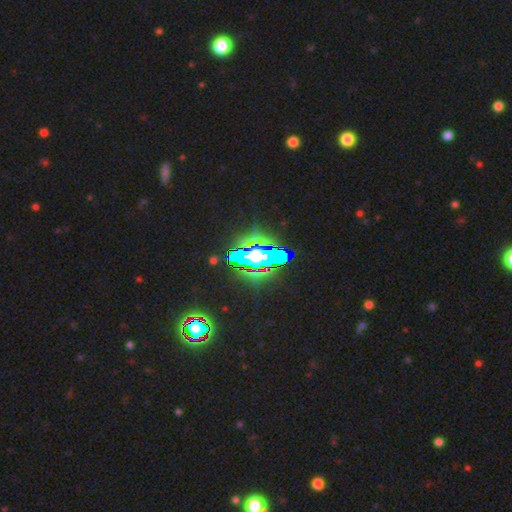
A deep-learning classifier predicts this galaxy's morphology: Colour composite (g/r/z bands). It shows a star or artifact, not a galaxy (59%).